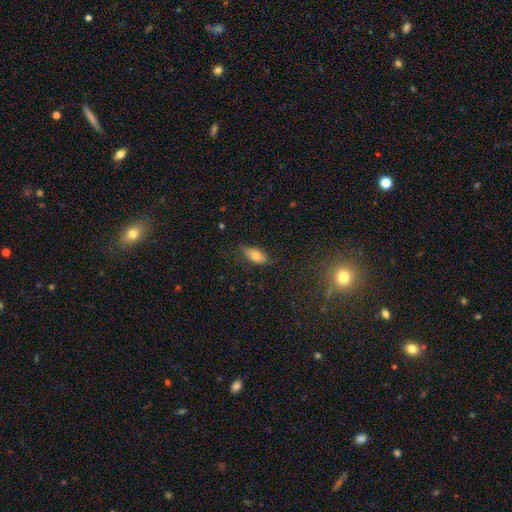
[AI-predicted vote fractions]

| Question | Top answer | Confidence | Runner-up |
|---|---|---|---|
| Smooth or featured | smooth | 74% | featured or disk (17%) |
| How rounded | in between | 85% | cigar-shaped (11%) |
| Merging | none | 77% | minor disturbance (18%) |